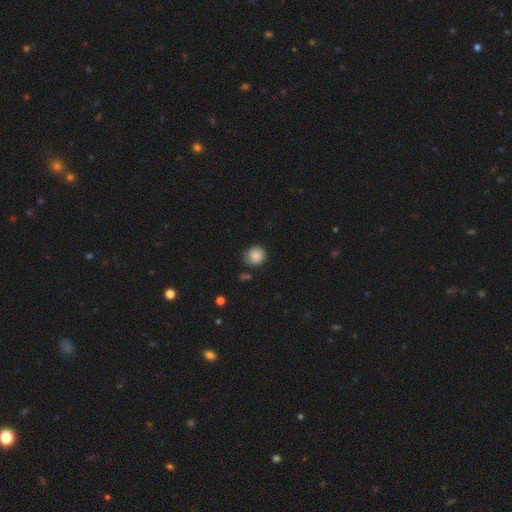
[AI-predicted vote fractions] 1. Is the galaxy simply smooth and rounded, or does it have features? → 86% smooth, 9% star or artifact, 5% featured or disk.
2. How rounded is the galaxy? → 87% round, 12% in between, 1% cigar-shaped.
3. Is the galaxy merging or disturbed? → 77% none, 17% minor disturbance, 3% major disturbance, 3% merger.